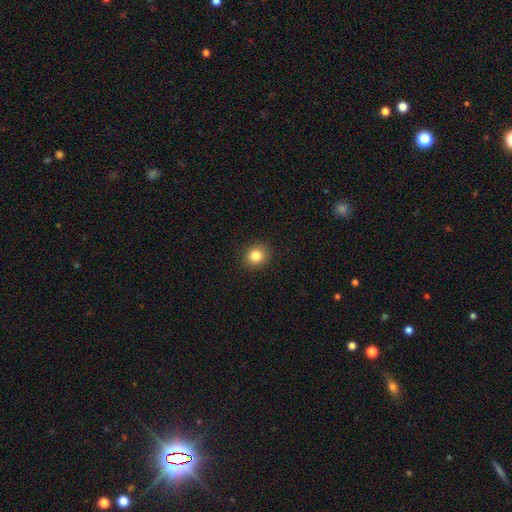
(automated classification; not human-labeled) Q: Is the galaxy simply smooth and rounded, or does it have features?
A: smooth — 84%.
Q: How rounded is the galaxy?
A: round — 80%.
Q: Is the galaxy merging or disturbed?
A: none — 91%.